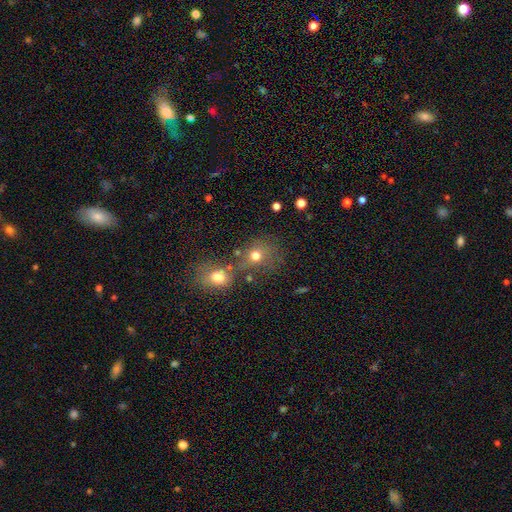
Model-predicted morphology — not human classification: smooth-or-featured: smooth: 73% | star or artifact: 16% | featured or disk: 11%
  how-rounded: round: 70% | in between: 29% | cigar-shaped: 1%
  merging: none: 44% | merger: 37% | minor disturbance: 11% | major disturbance: 8%